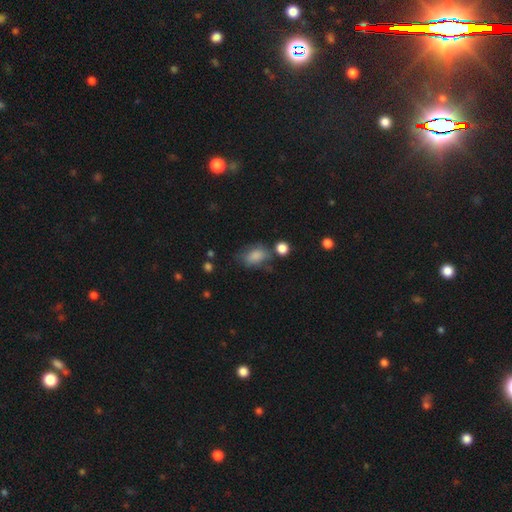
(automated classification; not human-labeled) This is likely a smooth galaxy (80%). How rounded: clearly in between (81%). Merging: possibly none (45%).